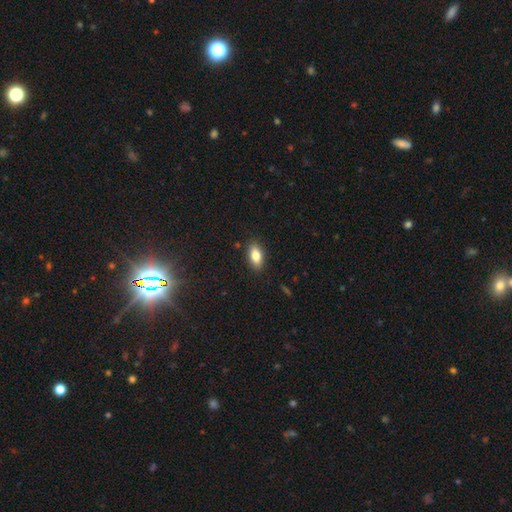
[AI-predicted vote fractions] Q: Smooth or featured?
A: smooth (80%); runner-up: featured or disk (12%)
Q: How rounded?
A: in between (87%); runner-up: cigar-shaped (8%)
Q: Merging?
A: none (87%); runner-up: minor disturbance (10%)